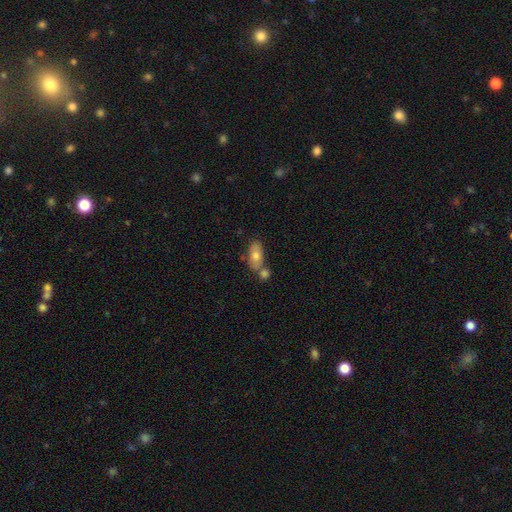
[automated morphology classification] A smooth galaxy with no disk features (71%) that is in between round and cigar-shaped (88%). Merging: none (50%).